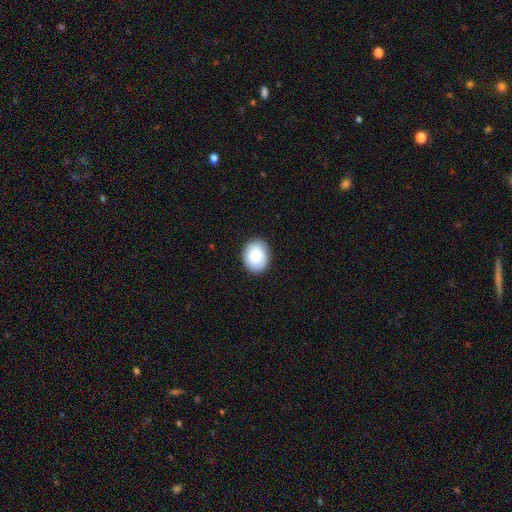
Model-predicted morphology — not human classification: Smooth or featured? Predicted: smooth (p=0.81). How rounded? Predicted: in between (p=0.51). Merging? Predicted: none (p=0.89).